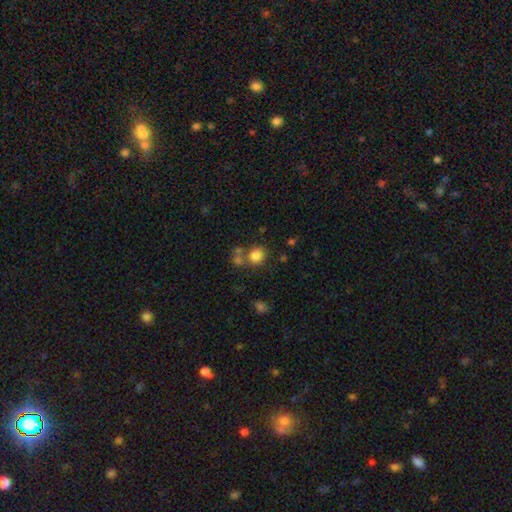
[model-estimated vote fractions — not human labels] A smooth galaxy with no disk features (80%) that is round (81%).

Vote fractions:
- Smooth or featured? smooth: 80% / star or artifact: 12% / featured or disk: 8%
- How rounded? round: 81% / in between: 18% / cigar-shaped: 1%
- Merging? none: 60% / merger: 23% / minor disturbance: 11% / major disturbance: 5%